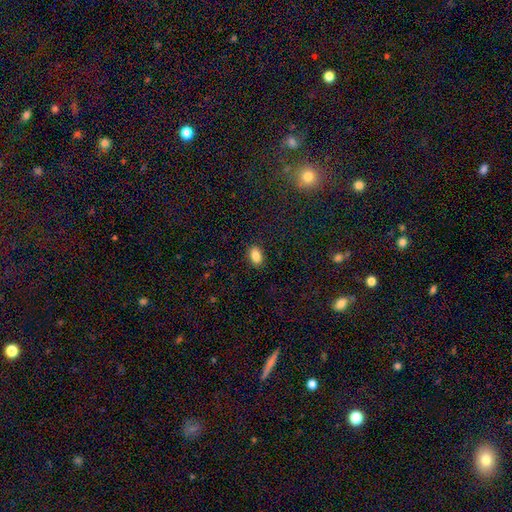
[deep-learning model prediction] A smooth galaxy with no disk features (86%) that is in between round and cigar-shaped (88%). Merging: none (88%).